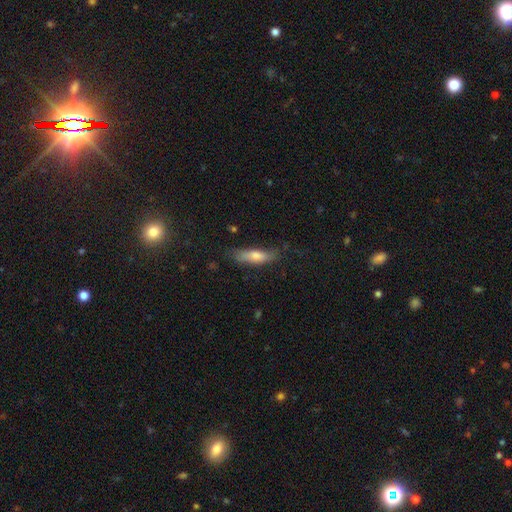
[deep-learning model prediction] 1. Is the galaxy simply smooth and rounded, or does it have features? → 59% smooth, 31% featured or disk, 9% star or artifact.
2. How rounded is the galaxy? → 72% cigar-shaped, 26% in between, 2% round.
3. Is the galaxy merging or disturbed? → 71% none, 21% minor disturbance, 6% major disturbance, 2% merger.